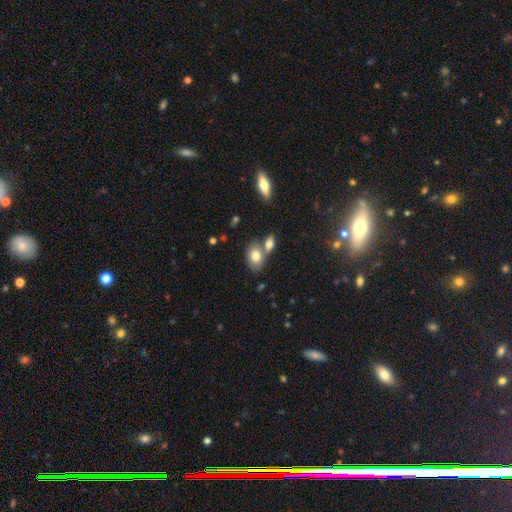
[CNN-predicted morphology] A smooth galaxy with no disk features (79%) that is in between round and cigar-shaped (83%). Merging: none (48%).